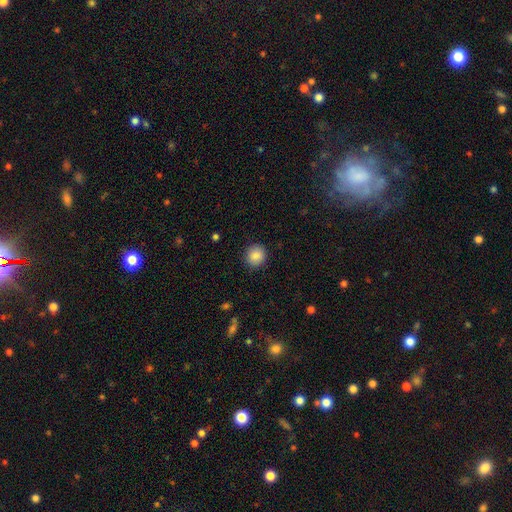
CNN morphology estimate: A smooth galaxy with no disk features (87%) that is round (87%). Merging: none (90%).